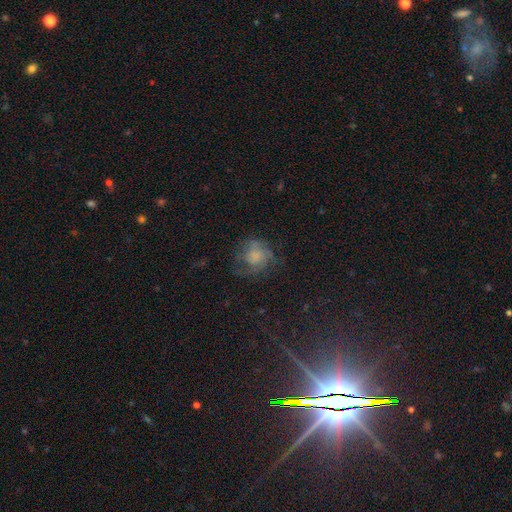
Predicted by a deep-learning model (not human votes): Smooth or featured?
  - featured or disk: 47% *
  - smooth: 41%
  - star or artifact: 13%
Merging?
  - none: 54% *
  - major disturbance: 23%
  - minor disturbance: 22%
  - merger: 2%